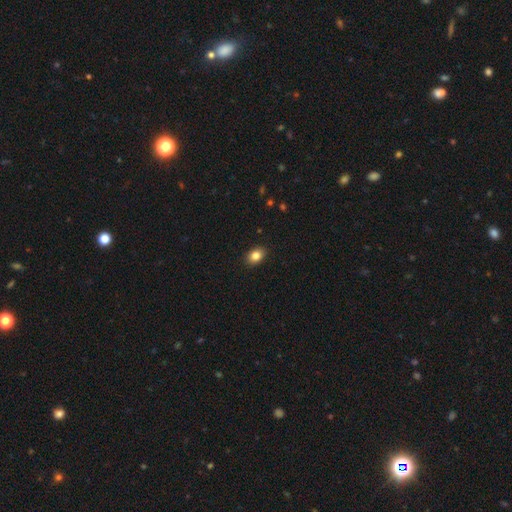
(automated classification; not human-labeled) Smooth or featured?
  - smooth: 85% *
  - star or artifact: 9%
  - featured or disk: 6%
How rounded?
  - in between: 72% *
  - round: 27%
  - cigar-shaped: 1%
Merging?
  - none: 89% *
  - minor disturbance: 8%
  - major disturbance: 2%
  - merger: 1%